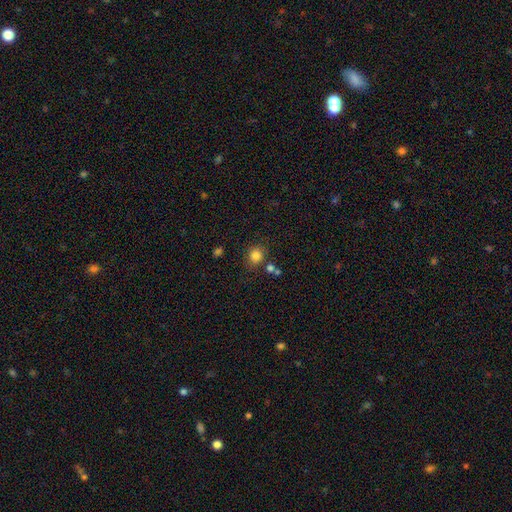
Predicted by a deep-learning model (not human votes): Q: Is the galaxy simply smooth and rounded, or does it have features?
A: smooth — 83%.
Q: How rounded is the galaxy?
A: round — 80%.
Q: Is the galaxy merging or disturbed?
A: none — 77%.